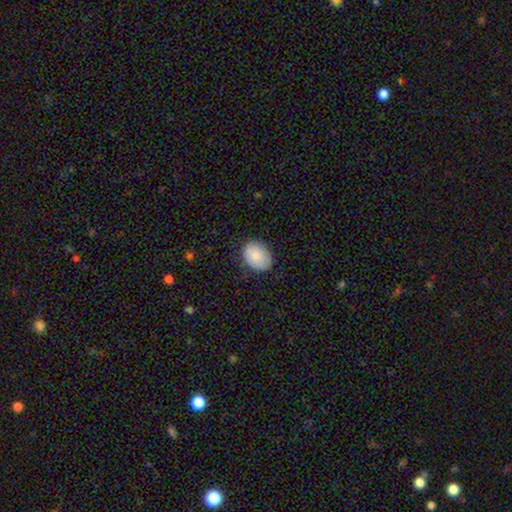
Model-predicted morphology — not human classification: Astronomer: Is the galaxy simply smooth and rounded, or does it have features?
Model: smooth — 86%.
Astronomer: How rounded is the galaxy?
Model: in between — 69%.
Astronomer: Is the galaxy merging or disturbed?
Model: none — 81%.